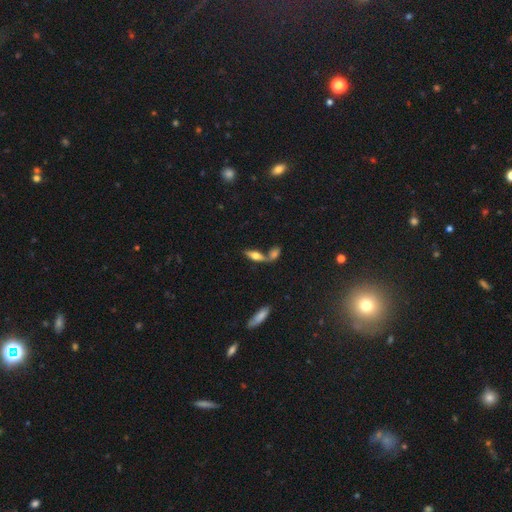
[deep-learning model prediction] A smooth galaxy with no disk features (55%) that is in between round and cigar-shaped (58%).

Vote fractions:
- Smooth or featured? smooth: 55% / featured or disk: 36% / star or artifact: 9%
- How rounded? in between: 58% / cigar-shaped: 38% / round: 4%
- Merging? none: 45% / merger: 40% / minor disturbance: 10% / major disturbance: 5%